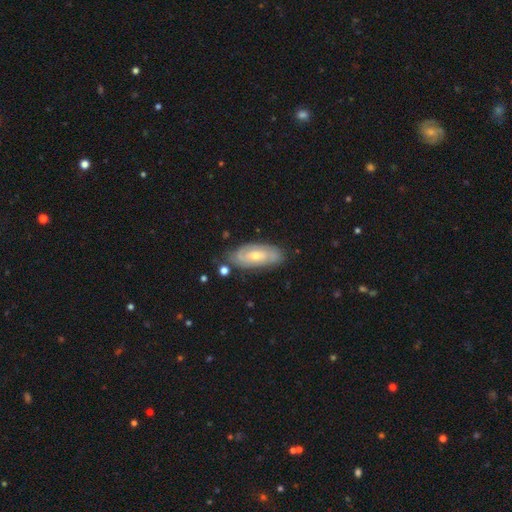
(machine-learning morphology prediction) Q: Smooth or featured?
A: featured or disk (68%); runner-up: smooth (26%)
Q: Edge-on disk?
A: no (90%); runner-up: yes (10%)
Q: Bar?
A: no (62%); runner-up: weak (32%)
Q: Spiral arms?
A: yes (84%); runner-up: no (16%)
Q: Spiral winding?
A: tight (63%); runner-up: medium (29%)
Q: Spiral arm count?
A: 2 (44%); runner-up: can't tell (40%)
Q: Bulge size?
A: small (52%); runner-up: moderate (44%)
Q: Merging?
A: none (75%); runner-up: minor disturbance (18%)